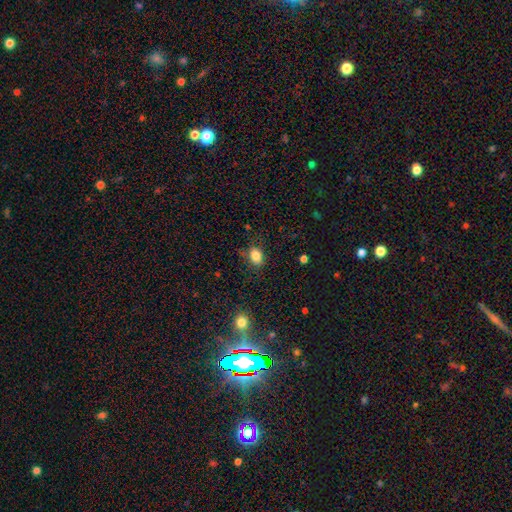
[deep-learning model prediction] A smooth galaxy with no disk features (83%) that is in between round and cigar-shaped (73%). Merging: none (72%).